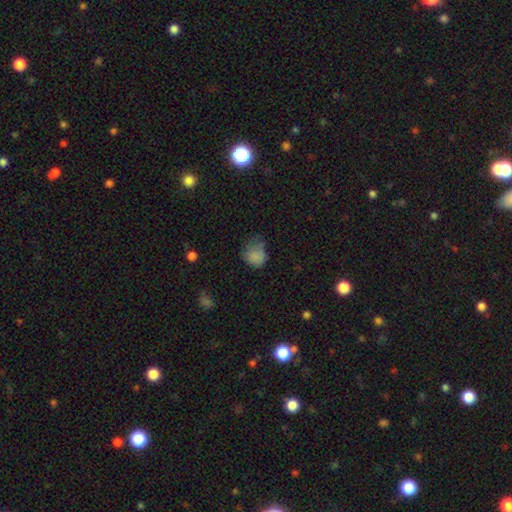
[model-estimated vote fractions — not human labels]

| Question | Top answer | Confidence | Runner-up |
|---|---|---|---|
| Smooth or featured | smooth | 79% | star or artifact (12%) |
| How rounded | round | 66% | in between (33%) |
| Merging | none | 39% | minor disturbance (36%) |